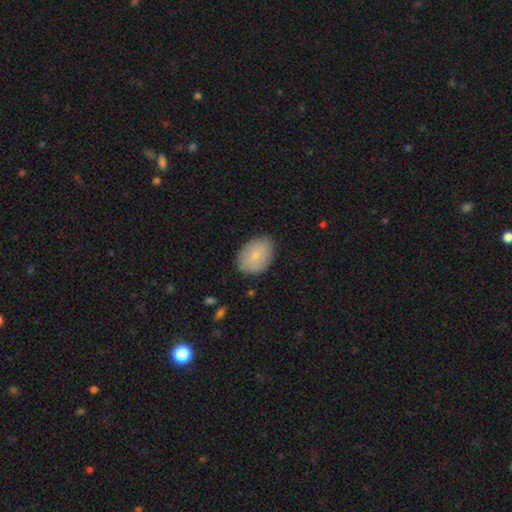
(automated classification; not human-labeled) Smooth or featured? Predicted: smooth (p=0.77). How rounded? Predicted: in between (p=0.78). Merging? Predicted: none (p=0.82).